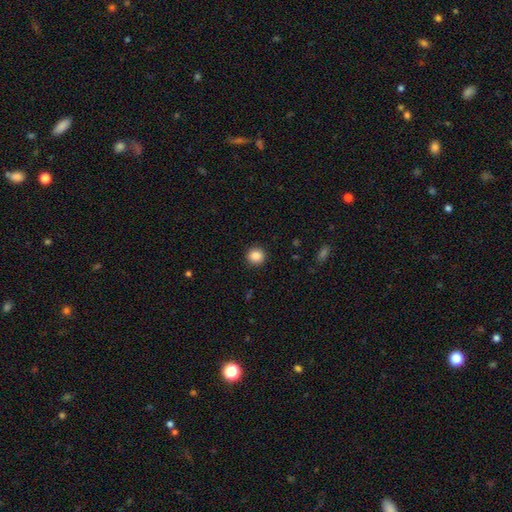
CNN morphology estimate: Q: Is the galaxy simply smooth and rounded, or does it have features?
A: smooth — 87%.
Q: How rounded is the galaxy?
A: round — 91%.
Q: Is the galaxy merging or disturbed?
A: none — 92%.